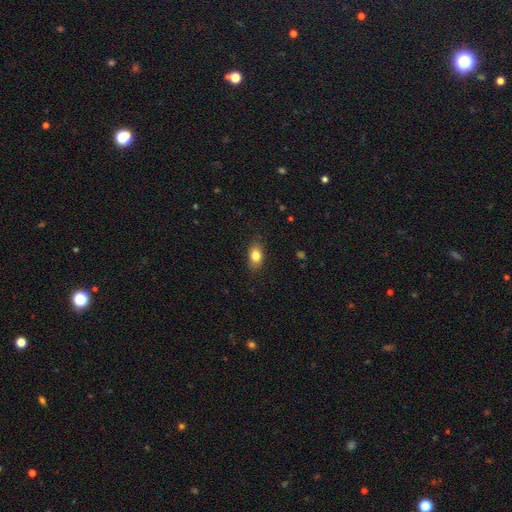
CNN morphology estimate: smooth-or-featured: smooth: 82% | featured or disk: 10% | star or artifact: 9%
  how-rounded: in between: 83% | round: 14% | cigar-shaped: 3%
  merging: none: 85% | minor disturbance: 11% | major disturbance: 3% | merger: 1%